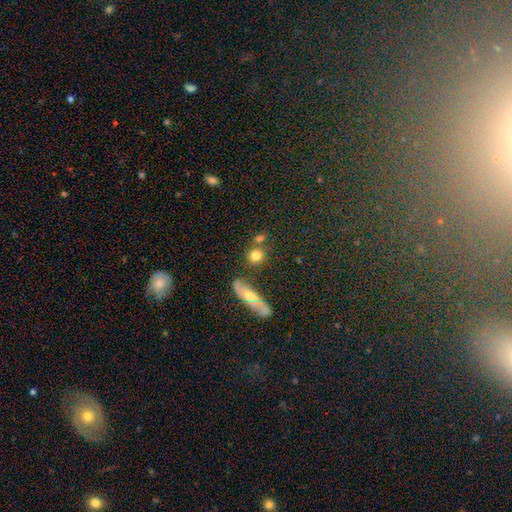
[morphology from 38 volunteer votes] This is clearly a smooth galaxy (89%). How rounded: clearly round (85%). Merging: likely none (67%).